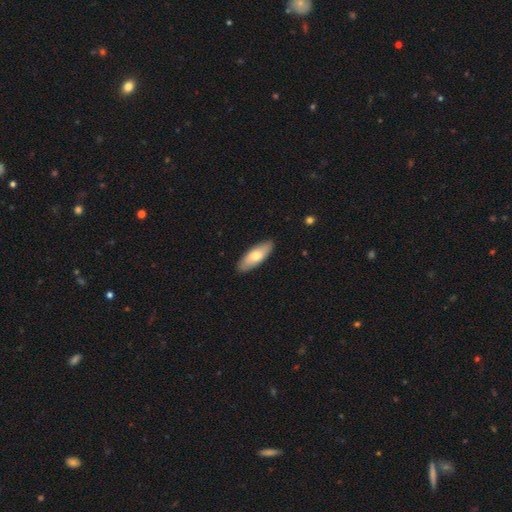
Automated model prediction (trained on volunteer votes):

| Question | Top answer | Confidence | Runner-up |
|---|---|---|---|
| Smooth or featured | smooth | 70% | featured or disk (25%) |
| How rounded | in between | 74% | cigar-shaped (24%) |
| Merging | none | 89% | minor disturbance (9%) |